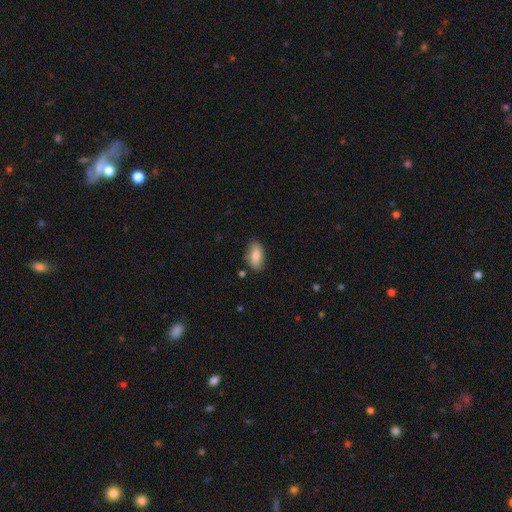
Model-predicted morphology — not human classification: smooth-or-featured: smooth: 87% | star or artifact: 7% | featured or disk: 7%
  how-rounded: in between: 91% | cigar-shaped: 5% | round: 3%
  merging: none: 82% | minor disturbance: 13% | major disturbance: 3% | merger: 2%